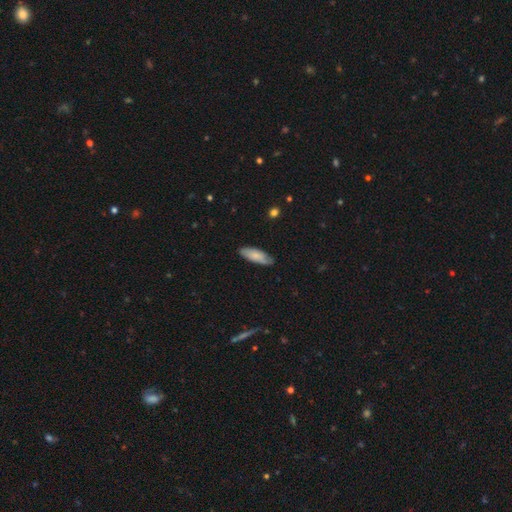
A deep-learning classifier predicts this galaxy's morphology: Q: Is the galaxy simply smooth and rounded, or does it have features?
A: smooth — 70%.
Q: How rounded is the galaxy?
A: in between — 68%.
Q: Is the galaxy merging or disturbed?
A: none — 78%.